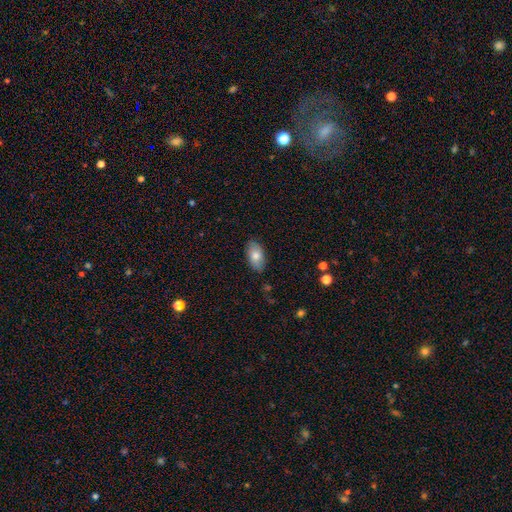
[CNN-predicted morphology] Smooth or featured? smooth (77%)
How rounded? in between (94%)
Merging? none (86%)